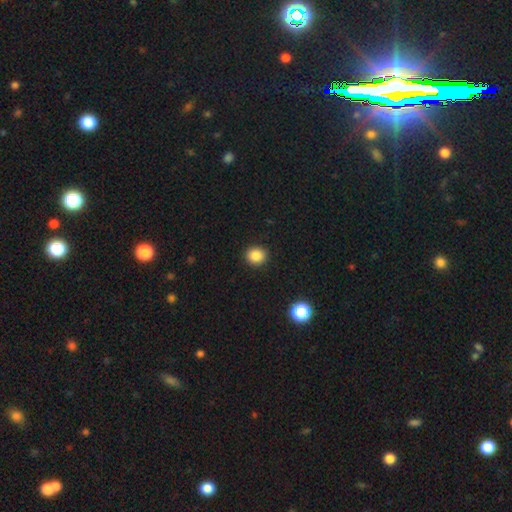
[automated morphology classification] This appears to be a smooth galaxy with no disk features (85%) that is round (83%). Merging: none (92%).